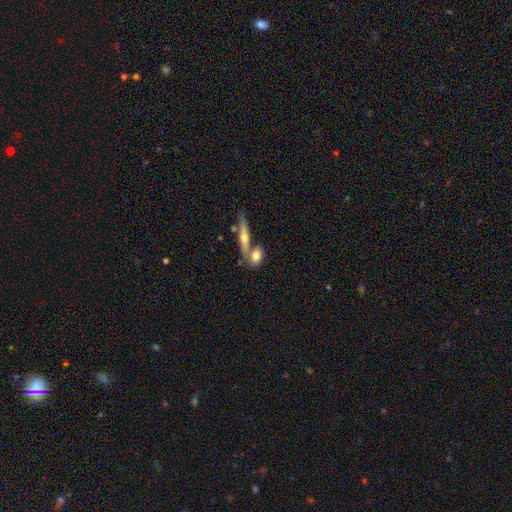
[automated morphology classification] Q: Smooth or featured?
A: smooth (68%); runner-up: featured or disk (25%)
Q: How rounded?
A: in between (61%); runner-up: cigar-shaped (22%)
Q: Merging?
A: none (47%); runner-up: merger (38%)